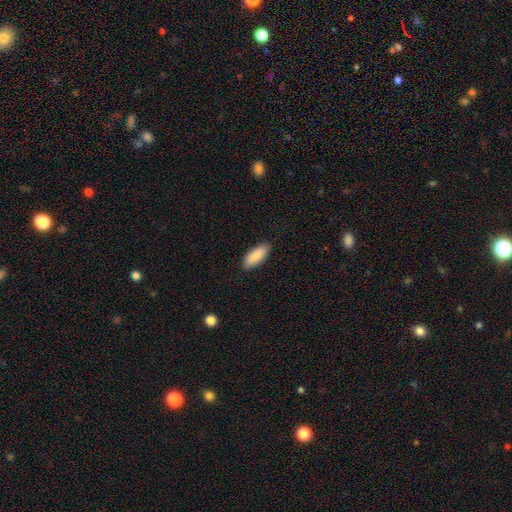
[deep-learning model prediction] A smooth galaxy with no disk features (89%) that is in between round and cigar-shaped (80%). Merging: none (88%).